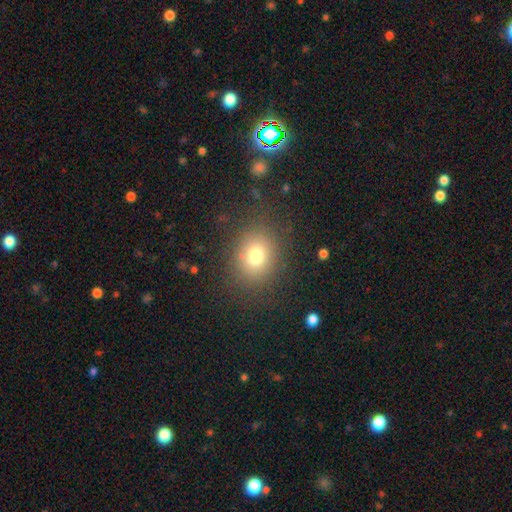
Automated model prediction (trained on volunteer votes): This appears to be a smooth galaxy with no disk features (75%) that is round (65%). Merging: none (82%).